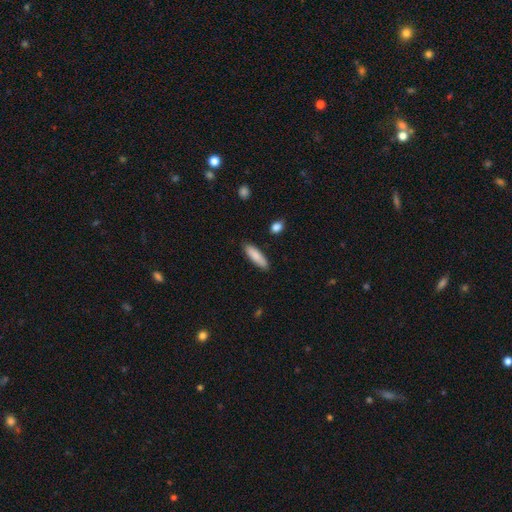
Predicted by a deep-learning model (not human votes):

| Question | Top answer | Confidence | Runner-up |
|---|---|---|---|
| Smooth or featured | smooth | 85% | featured or disk (9%) |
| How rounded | cigar-shaped | 60% | in between (38%) |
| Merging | none | 86% | minor disturbance (10%) |